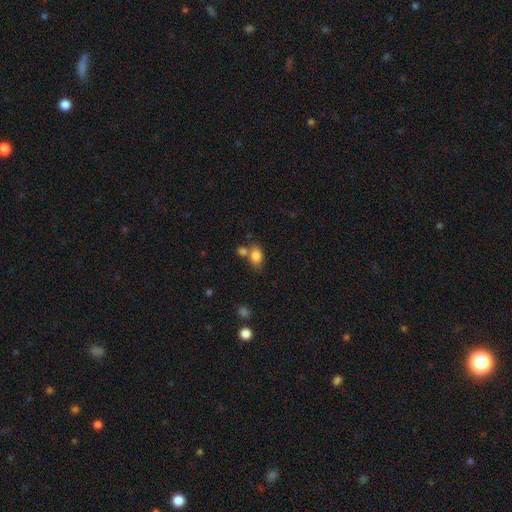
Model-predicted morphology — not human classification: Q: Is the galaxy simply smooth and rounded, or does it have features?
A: smooth — 83%.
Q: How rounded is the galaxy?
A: in between — 81%.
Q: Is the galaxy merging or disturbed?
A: none — 52%.